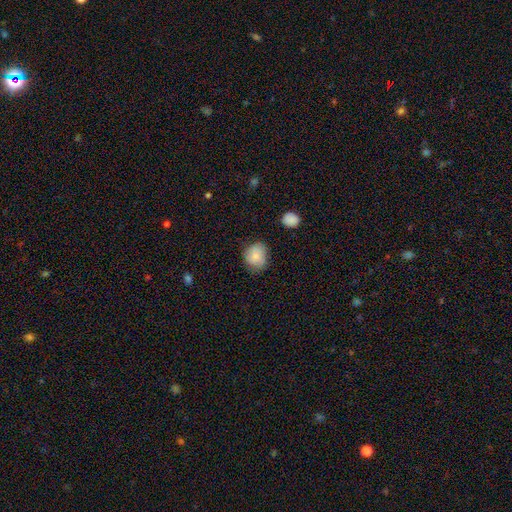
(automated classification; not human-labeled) This is clearly a smooth galaxy (82%). How rounded: likely round (71%). Merging: likely none (70%).